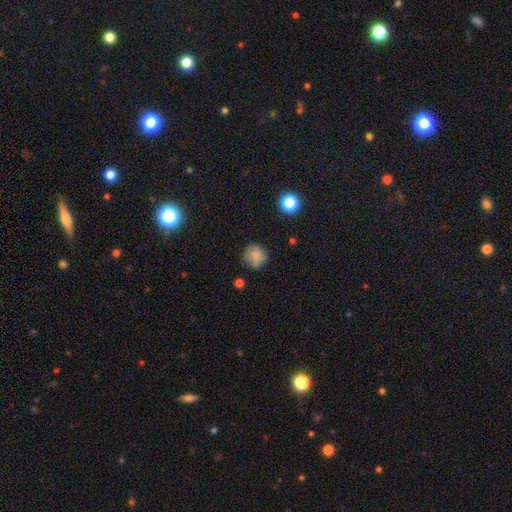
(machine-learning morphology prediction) Smooth or featured: smooth — 79% (featured or disk — 11%)
How rounded: round — 87% (in between — 12%)
Merging: none — 69% (minor disturbance — 22%)